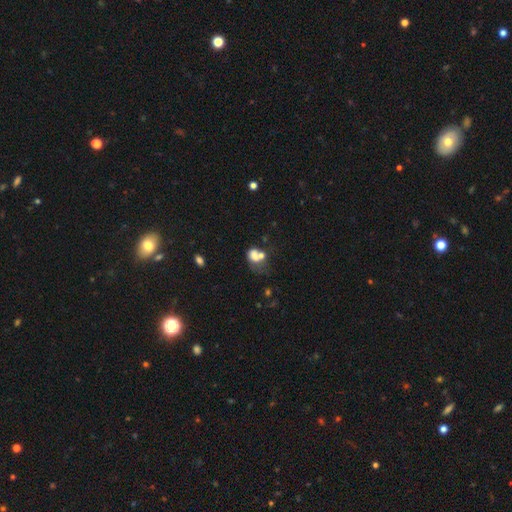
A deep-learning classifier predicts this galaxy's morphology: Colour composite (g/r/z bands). It shows a smooth galaxy with no disk features (65%) that is in between round and cigar-shaped (58%). Merging: merger (49%).